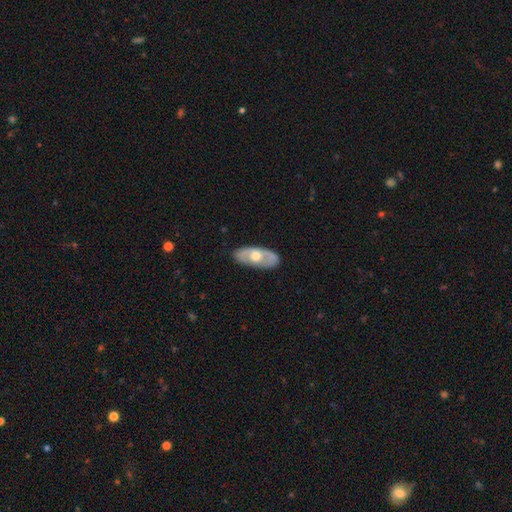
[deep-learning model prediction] Smooth or featured? featured or disk (53%)
Edge-on disk? no (78%)
Merging? none (83%)